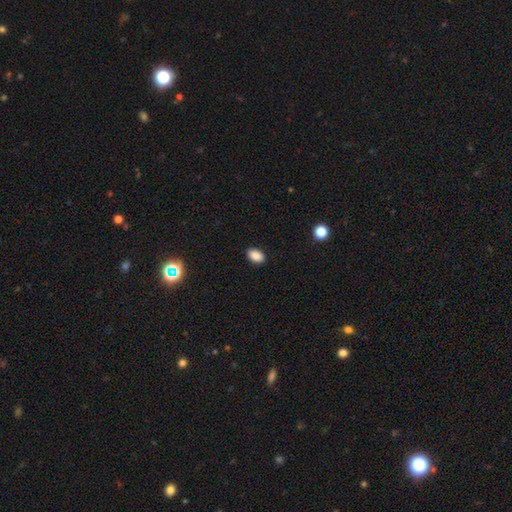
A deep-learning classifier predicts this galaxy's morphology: smooth-or-featured: smooth: 88% | star or artifact: 9% | featured or disk: 3%
  how-rounded: in between: 89% | round: 9% | cigar-shaped: 1%
  merging: none: 90% | minor disturbance: 7% | major disturbance: 2% | merger: 1%